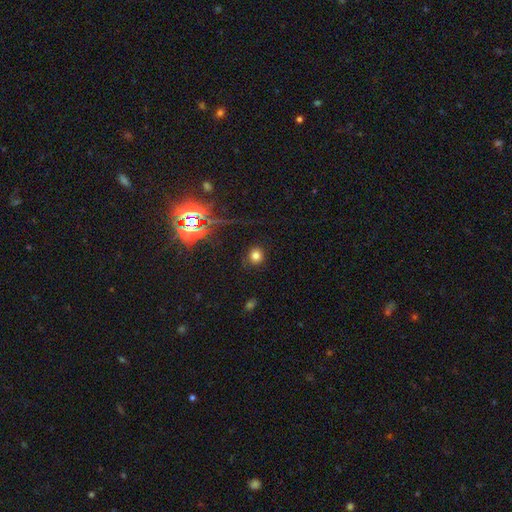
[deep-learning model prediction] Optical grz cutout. It shows a smooth galaxy with no disk features (73%) that is round (86%). Merging: none (85%).